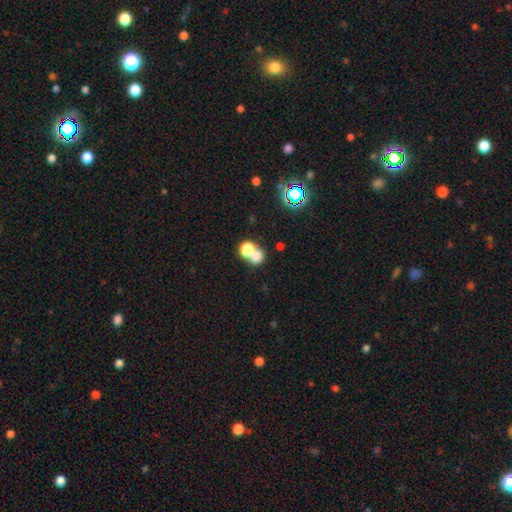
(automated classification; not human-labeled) This is likely a smooth galaxy (72%). How rounded: likely round (68%). Merging: possibly merger (52%).